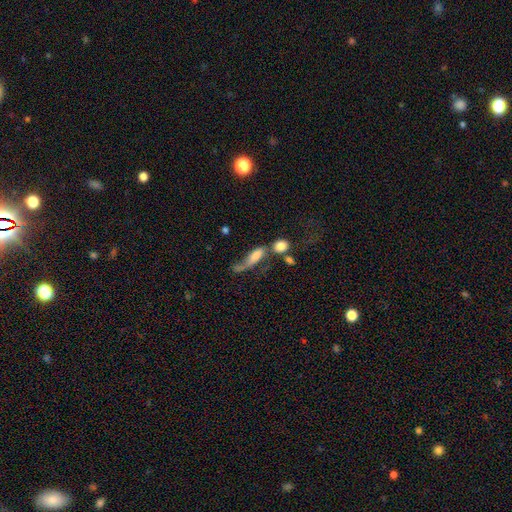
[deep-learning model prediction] Morphology: type=smooth (53%); roundness=in between (55%); merging=merger (40%).